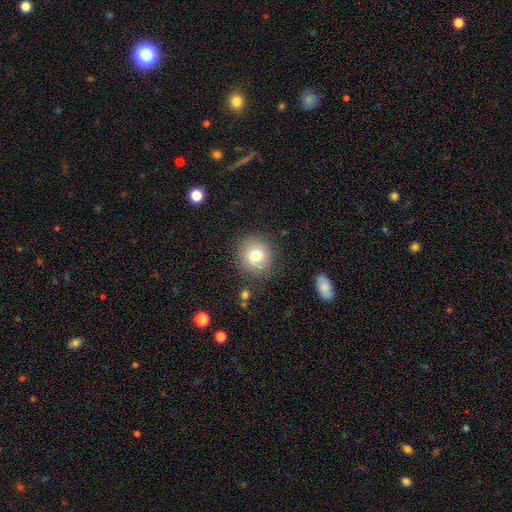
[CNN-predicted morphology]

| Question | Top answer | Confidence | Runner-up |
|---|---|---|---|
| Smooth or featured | smooth | 77% | featured or disk (12%) |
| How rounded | round | 89% | in between (10%) |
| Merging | none | 86% | minor disturbance (9%) |